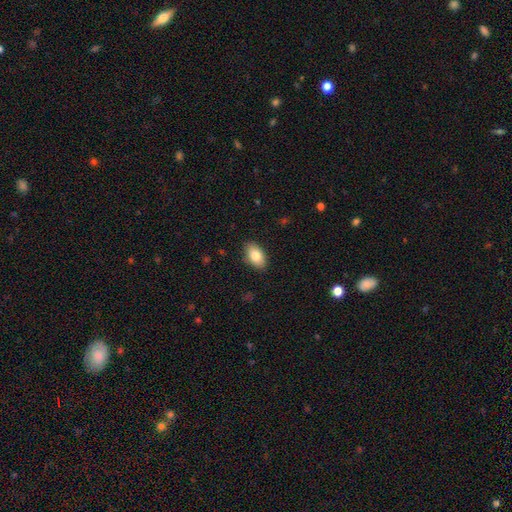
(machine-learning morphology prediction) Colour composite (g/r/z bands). It shows a smooth galaxy with no disk features (82%) that is in between round and cigar-shaped (92%). Merging: none (87%).